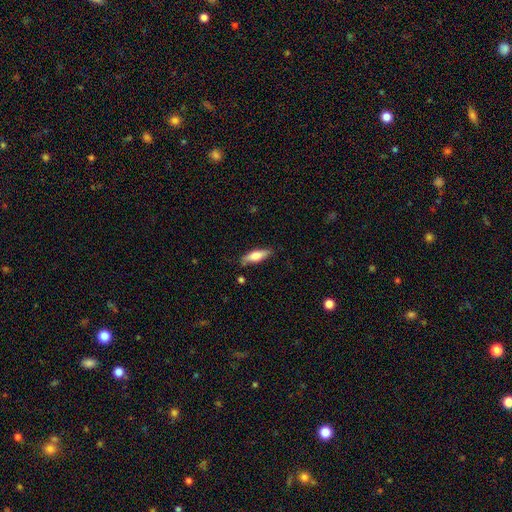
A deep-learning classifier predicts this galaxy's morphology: Q: Smooth or featured?
A: smooth (68%); runner-up: featured or disk (26%)
Q: How rounded?
A: in between (50%); runner-up: cigar-shaped (48%)
Q: Merging?
A: none (79%); runner-up: minor disturbance (15%)